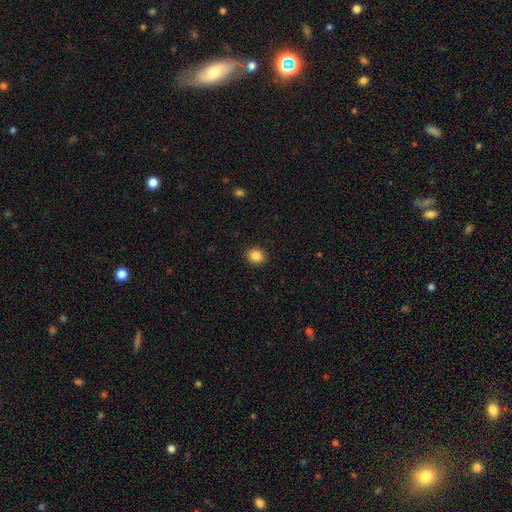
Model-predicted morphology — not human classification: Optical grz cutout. It shows a smooth galaxy with no disk features (87%) that is round (69%). Merging: none (90%).